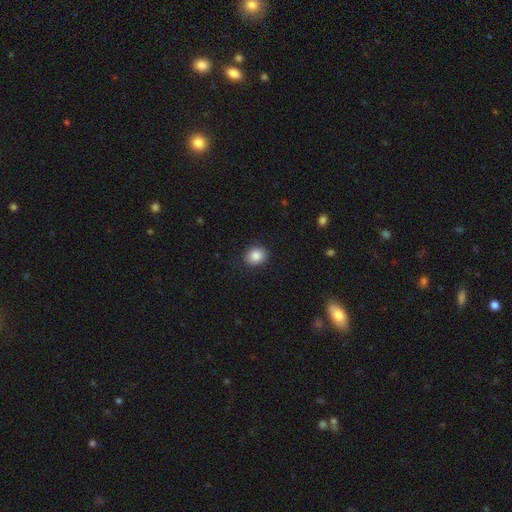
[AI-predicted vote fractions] smooth-or-featured: smooth: 87% | star or artifact: 9% | featured or disk: 5%
  how-rounded: round: 55% | in between: 44% | cigar-shaped: 1%
  merging: none: 88% | minor disturbance: 9% | major disturbance: 2% | merger: 1%